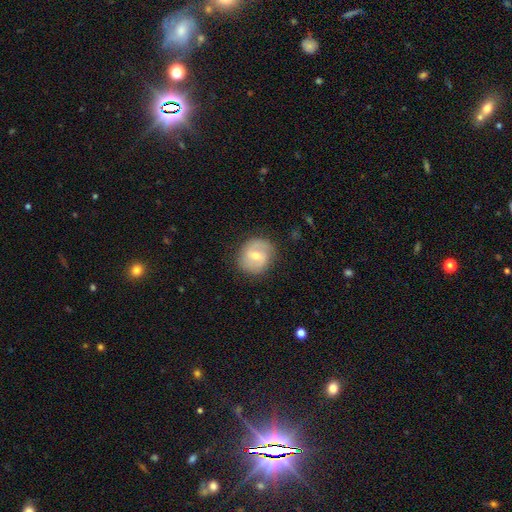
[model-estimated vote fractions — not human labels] smooth-or-featured: featured or disk: 57% | smooth: 36% | star or artifact: 7%
  disk-edge-on: no: 97% | yes: 3%
    bar: weak: 55% | no: 28% | strong: 17%
    has-spiral-arms: yes: 76% | no: 24%
    bulge-size: moderate: 63% | small: 32% | large: 3% | none: 1% | dominant: 1%
  merging: none: 80% | minor disturbance: 14% | major disturbance: 5% | merger: 1%